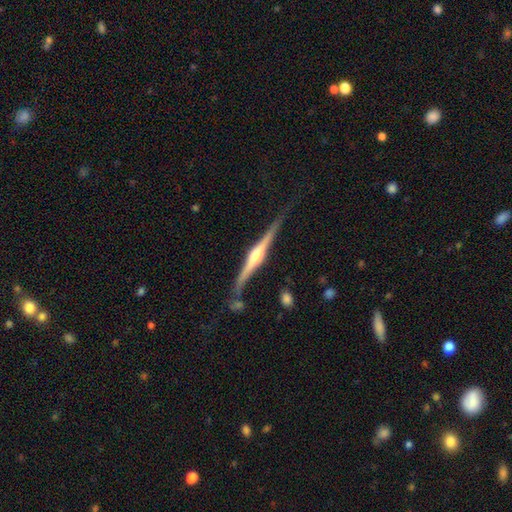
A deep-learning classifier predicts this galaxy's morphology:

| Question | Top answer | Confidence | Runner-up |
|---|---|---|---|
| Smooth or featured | featured or disk | 84% | smooth (11%) |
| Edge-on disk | yes | 98% | no (2%) |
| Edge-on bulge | rounded | 89% | boxy (7%) |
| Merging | none | 77% | minor disturbance (15%) |